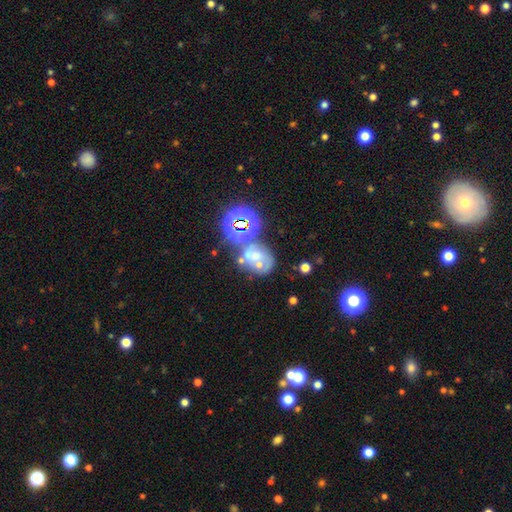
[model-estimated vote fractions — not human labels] Smooth or featured: featured or disk — 39% (smooth — 36%)
Merging: none — 36% (merger — 34%)